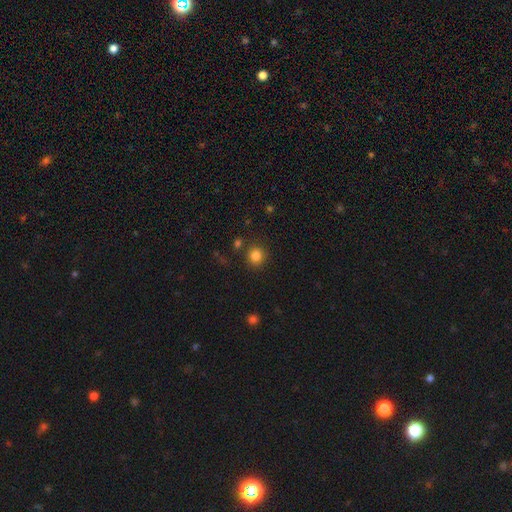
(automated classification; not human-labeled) A smooth galaxy with no disk features (83%) that is round (90%).

Vote fractions:
- Smooth or featured? smooth: 83% / star or artifact: 12% / featured or disk: 5%
- How rounded? round: 90% / in between: 9% / cigar-shaped: 1%
- Merging? none: 84% / minor disturbance: 8% / merger: 5% / major disturbance: 3%